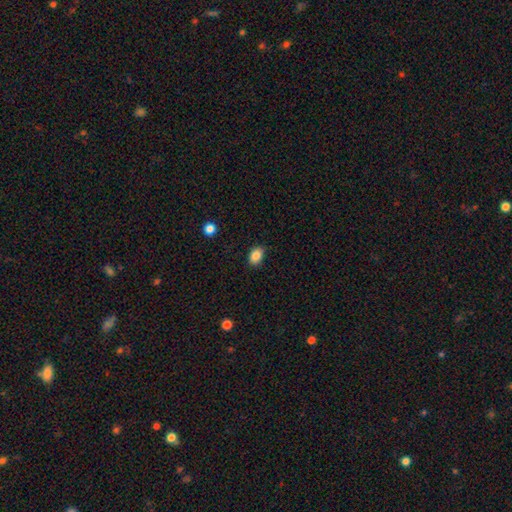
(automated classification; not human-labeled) Smooth or featured? smooth (86%)
How rounded? in between (77%)
Merging? none (83%)